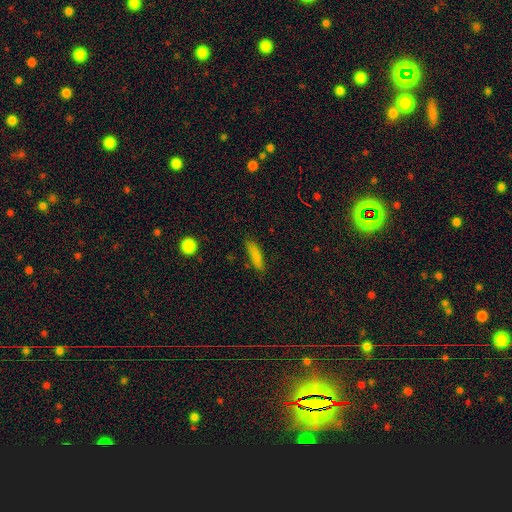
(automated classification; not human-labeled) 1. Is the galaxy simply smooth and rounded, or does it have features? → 81% smooth, 9% star or artifact, 9% featured or disk.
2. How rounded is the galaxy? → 70% cigar-shaped, 28% in between, 2% round.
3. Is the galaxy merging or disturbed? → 80% none, 15% minor disturbance, 3% major disturbance, 2% merger.